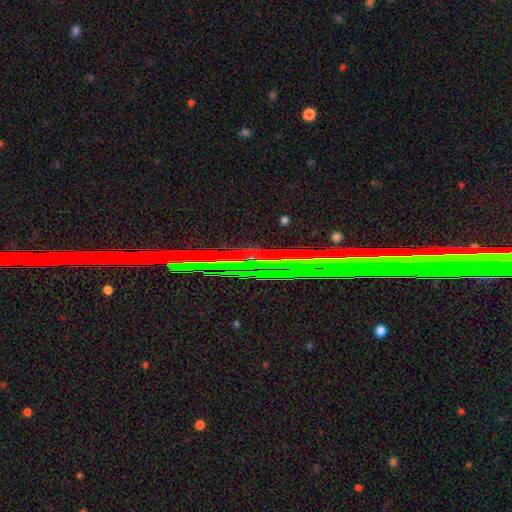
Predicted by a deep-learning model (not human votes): Smooth or featured? Predicted: star or artifact (p=0.77).